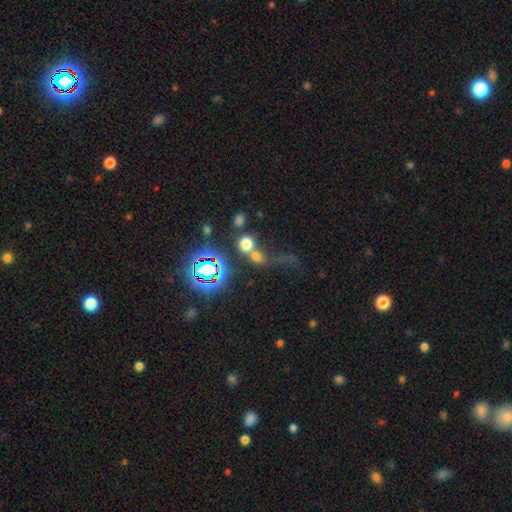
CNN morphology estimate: This is possibly a smooth galaxy (58%). How rounded: likely round (71%). Merging: possibly merger (51%).